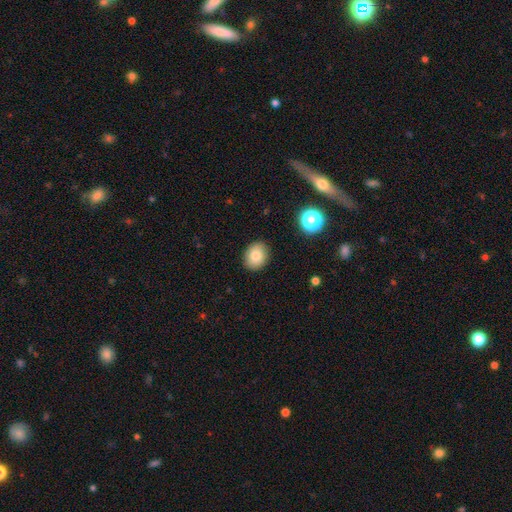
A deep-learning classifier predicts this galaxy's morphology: smooth-or-featured: smooth: 82% | star or artifact: 10% | featured or disk: 8%
  how-rounded: in between: 50% | round: 49% | cigar-shaped: 1%
  merging: none: 88% | minor disturbance: 9% | major disturbance: 2% | merger: 1%